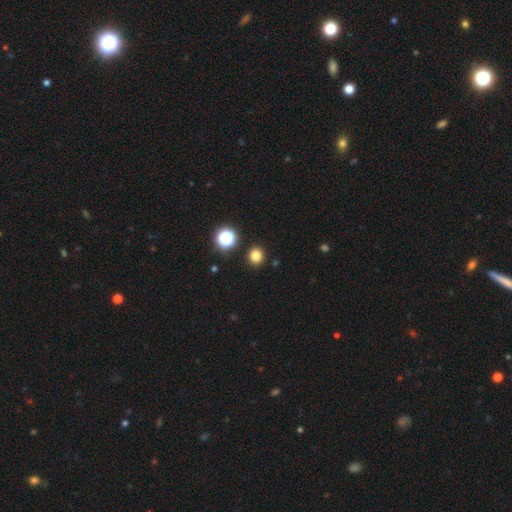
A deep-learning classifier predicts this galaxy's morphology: Smooth or featured? smooth (80%)
How rounded? round (85%)
Merging? none (90%)